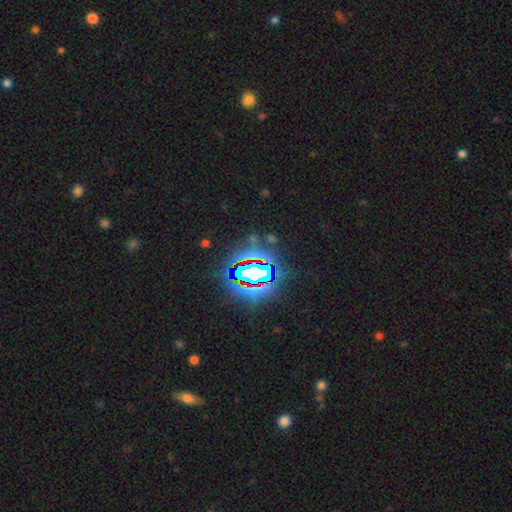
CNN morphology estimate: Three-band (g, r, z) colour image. It shows a star or artifact, not a galaxy (86%).